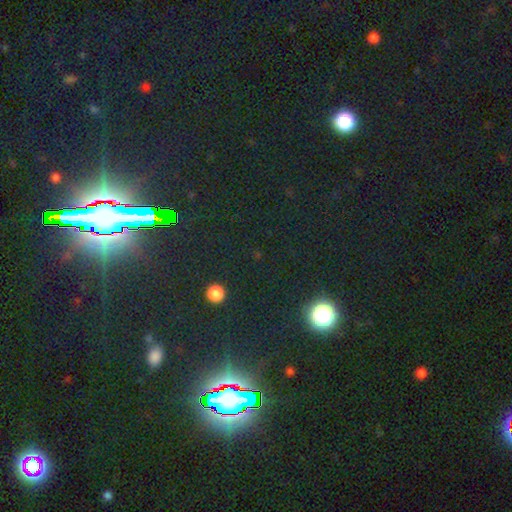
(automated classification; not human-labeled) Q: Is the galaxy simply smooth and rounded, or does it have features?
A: star or artifact — 78%.